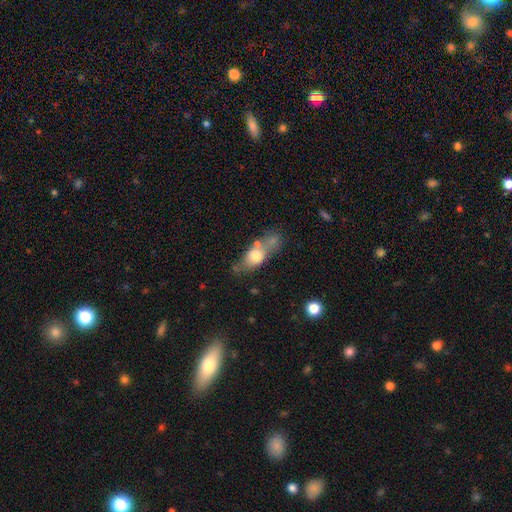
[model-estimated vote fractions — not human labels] Smooth or featured? Predicted: smooth (p=0.63). How rounded? Predicted: in between (p=0.68). Merging? Predicted: none (p=0.43).